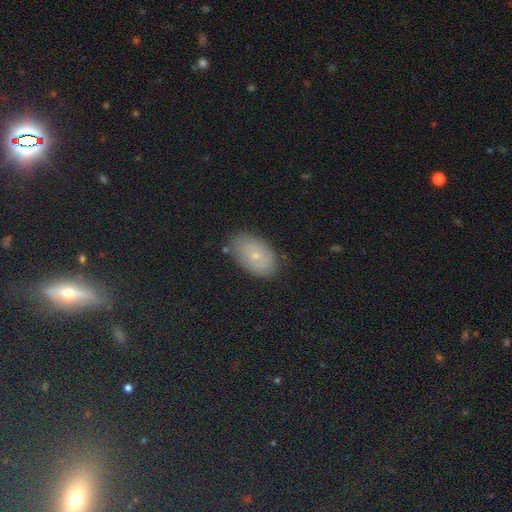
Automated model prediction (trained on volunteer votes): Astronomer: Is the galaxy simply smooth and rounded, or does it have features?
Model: smooth — 56%.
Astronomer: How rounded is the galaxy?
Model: in between — 91%.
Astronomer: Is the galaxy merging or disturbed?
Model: none — 82%.